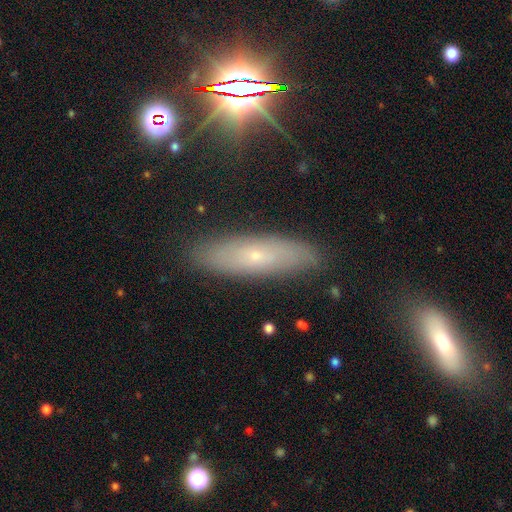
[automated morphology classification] A smooth galaxy with no disk features (49%). Merging: none (85%).